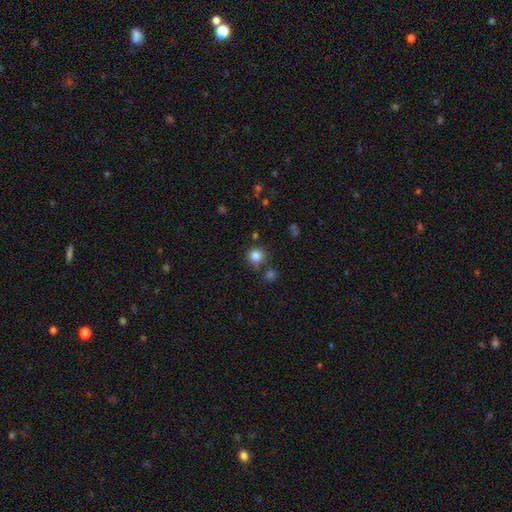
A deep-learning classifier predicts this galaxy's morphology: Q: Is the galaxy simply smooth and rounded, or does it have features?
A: smooth — 83%.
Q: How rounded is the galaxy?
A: round — 91%.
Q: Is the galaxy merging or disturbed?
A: none — 74%.